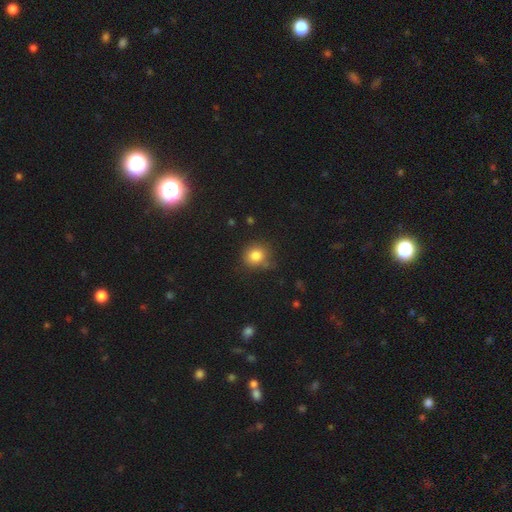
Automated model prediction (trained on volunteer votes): This appears to be a smooth galaxy with no disk features (82%) that is round (83%). Merging: none (74%).